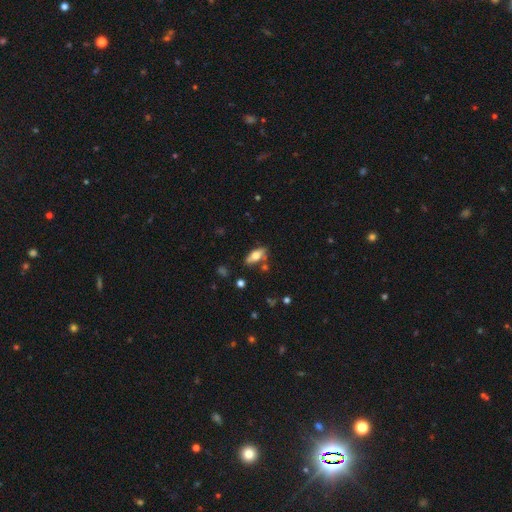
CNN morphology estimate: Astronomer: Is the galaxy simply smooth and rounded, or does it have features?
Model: smooth — 66%.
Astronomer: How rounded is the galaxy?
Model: in between — 78%.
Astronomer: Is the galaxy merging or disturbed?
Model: none — 73%.